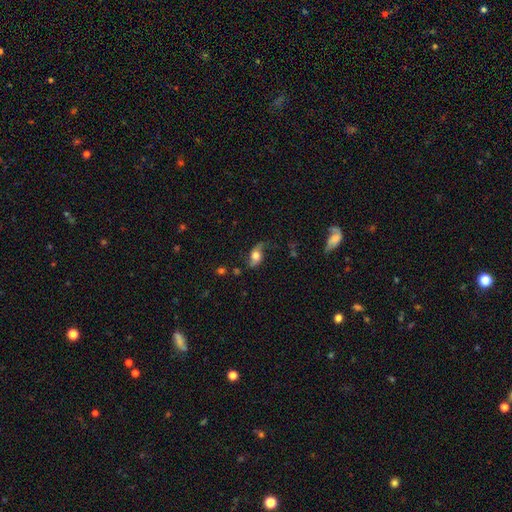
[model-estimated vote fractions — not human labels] Smooth or featured: featured or disk — 54% (smooth — 37%)
Edge-on disk: no — 86% (yes — 14%)
Merging: none — 60% (minor disturbance — 24%)